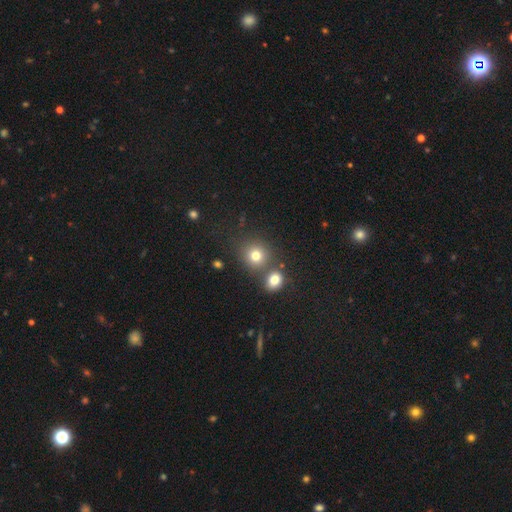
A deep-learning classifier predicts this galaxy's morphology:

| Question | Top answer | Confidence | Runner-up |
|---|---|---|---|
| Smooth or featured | smooth | 76% | star or artifact (15%) |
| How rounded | round | 85% | in between (14%) |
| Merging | none | 66% | merger (22%) |